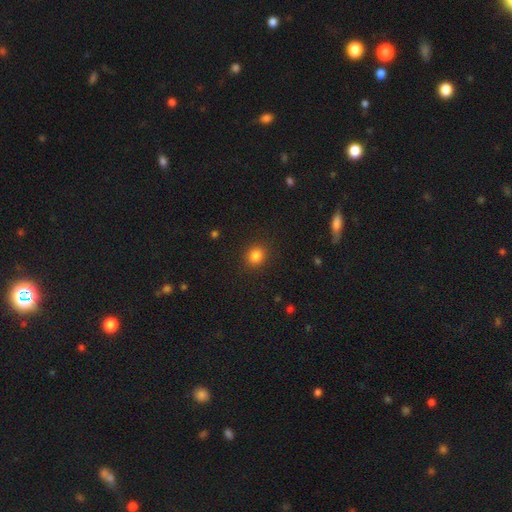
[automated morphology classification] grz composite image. It shows a smooth galaxy with no disk features (83%) that is round (76%). Merging: none (90%).